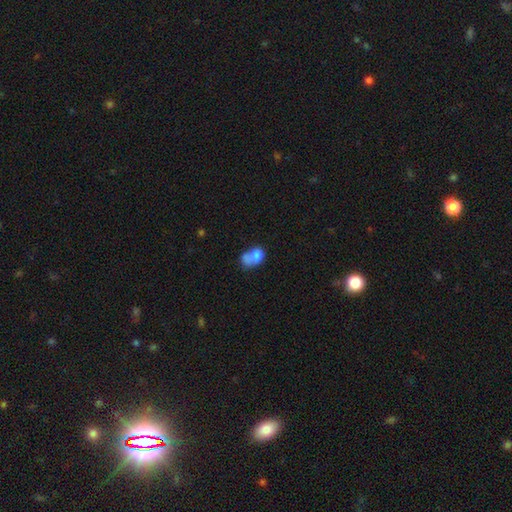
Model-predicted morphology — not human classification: smooth 71%, featured or disk 20%, star or artifact 10%. Down the decision tree: how rounded — in between (61%); merging — merger (55%).